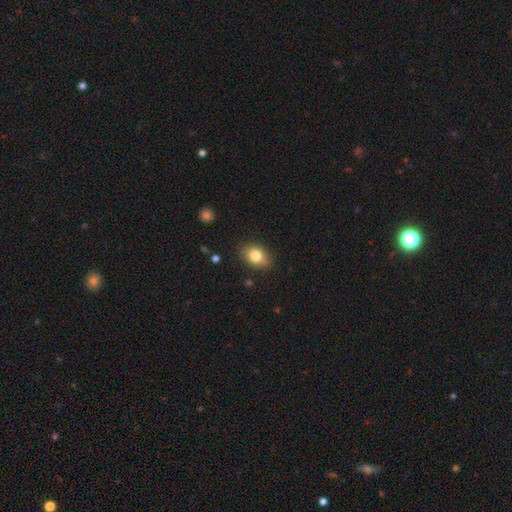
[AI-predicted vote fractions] Smooth or featured? Predicted: smooth (p=0.81). How rounded? Predicted: in between (p=0.70). Merging? Predicted: none (p=0.82).